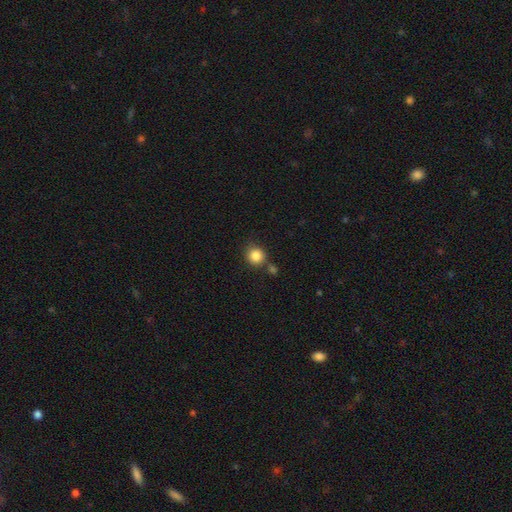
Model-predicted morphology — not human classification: This is clearly a smooth galaxy (85%). How rounded: clearly round (89%). Merging: likely none (71%).